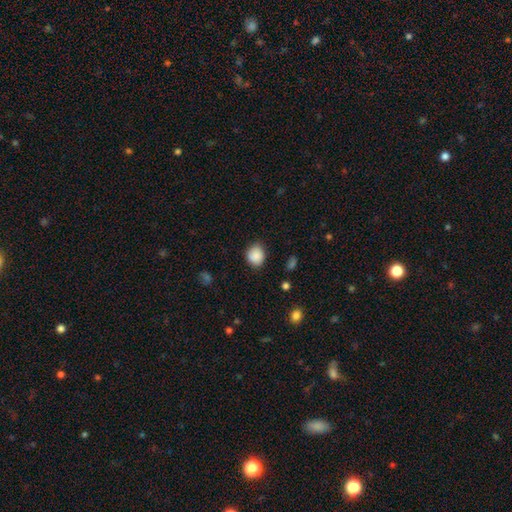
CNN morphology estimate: Smooth or featured?
  - smooth: 88% *
  - star or artifact: 9%
  - featured or disk: 4%
How rounded?
  - round: 66% *
  - in between: 33%
  - cigar-shaped: 1%
Merging?
  - none: 76% *
  - minor disturbance: 19%
  - major disturbance: 4%
  - merger: 2%